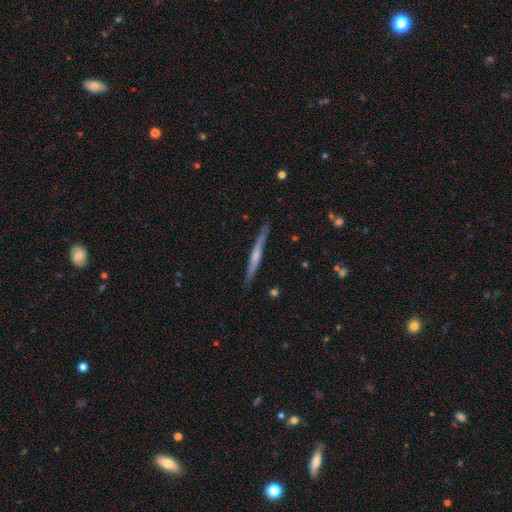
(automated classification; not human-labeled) Q: Smooth or featured?
A: featured or disk (58%); runner-up: smooth (36%)
Q: Edge-on disk?
A: yes (97%); runner-up: no (3%)
Q: Edge-on bulge?
A: none (46%); runner-up: rounded (40%)
Q: Merging?
A: none (85%); runner-up: minor disturbance (11%)